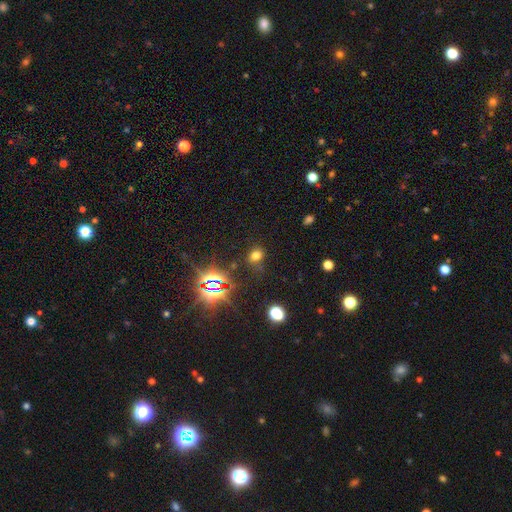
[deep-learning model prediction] This is likely a smooth galaxy (62%). How rounded: possibly in between (59%). Merging: likely none (77%).